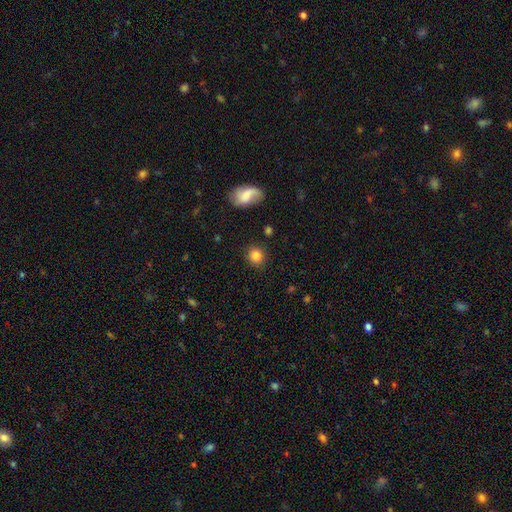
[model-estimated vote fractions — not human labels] The model was most divided on "how rounded": round: 85%, in between: 14%, cigar-shaped: 1%. More confident: merging — none (87%); smooth or featured — smooth (84%).